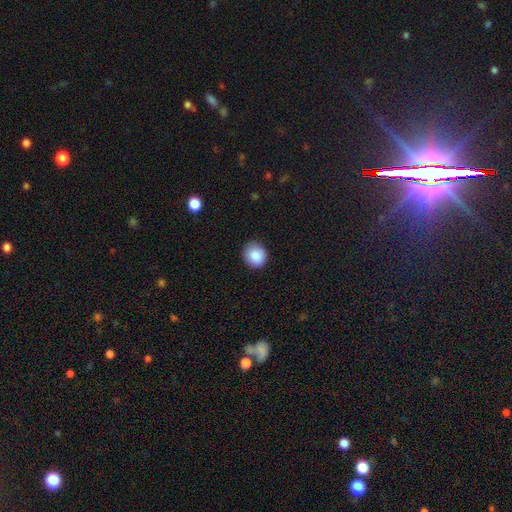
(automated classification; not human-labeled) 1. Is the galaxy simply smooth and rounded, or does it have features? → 88% smooth, 8% star or artifact, 4% featured or disk.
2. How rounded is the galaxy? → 83% round, 16% in between, 1% cigar-shaped.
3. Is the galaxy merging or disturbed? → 87% none, 10% minor disturbance, 2% major disturbance, 1% merger.